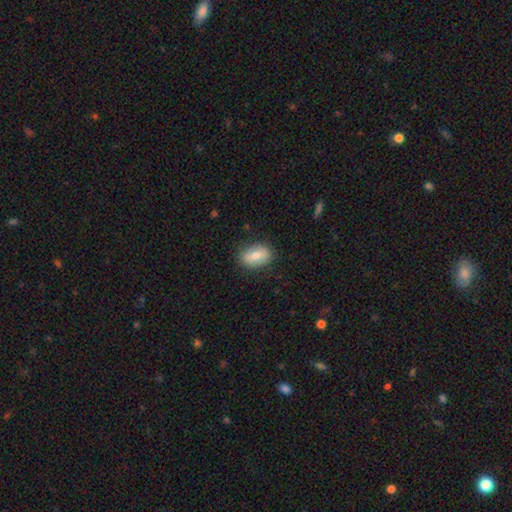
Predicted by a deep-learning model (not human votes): smooth_or_featured: smooth (p=0.71) [alt: featured or disk p=0.22]
how_rounded: in between (p=0.84) [alt: round p=0.14]
merging: none (p=0.84) [alt: minor disturbance p=0.12]